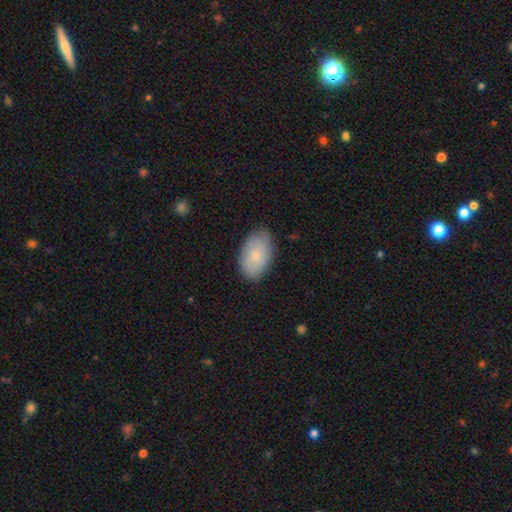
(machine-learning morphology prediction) Smooth or featured? smooth (73%)
How rounded? in between (91%)
Merging? none (77%)